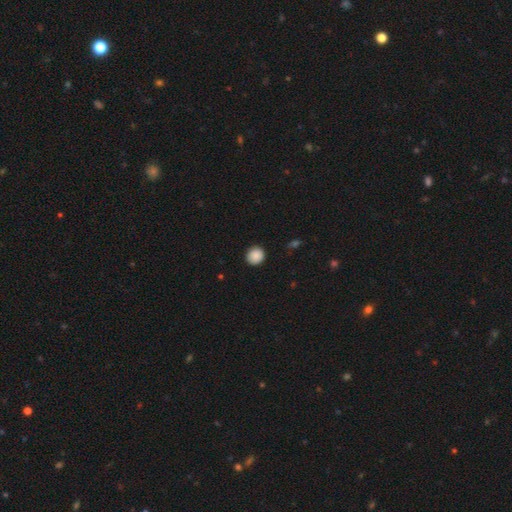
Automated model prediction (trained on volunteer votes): Smooth or featured? Predicted: smooth (p=0.89). How rounded? Predicted: round (p=0.85). Merging? Predicted: none (p=0.90).